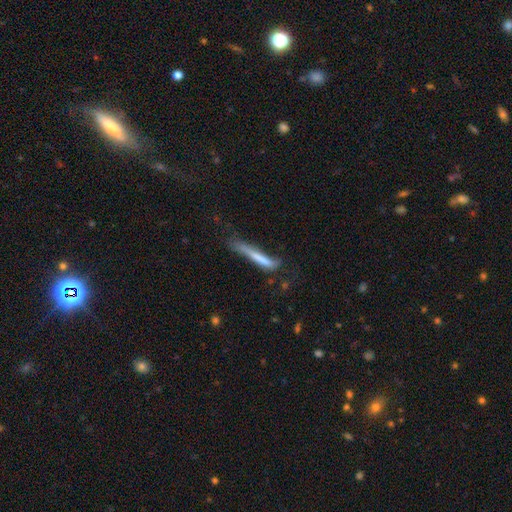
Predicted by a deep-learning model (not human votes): The model was most divided on "merging": none: 51%, minor disturbance: 27%, major disturbance: 17%, merger: 5%. More confident: how rounded — cigar-shaped (95%); smooth or featured — smooth (58%).